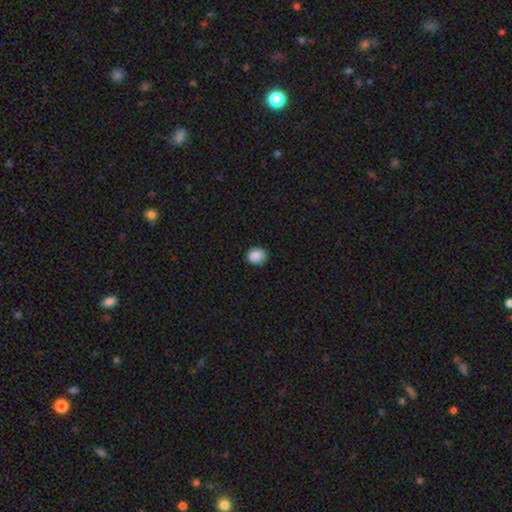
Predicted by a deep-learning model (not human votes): The model was most divided on "how rounded": round: 59%, in between: 40%, cigar-shaped: 1%. More confident: smooth or featured — smooth (89%); merging — none (87%).